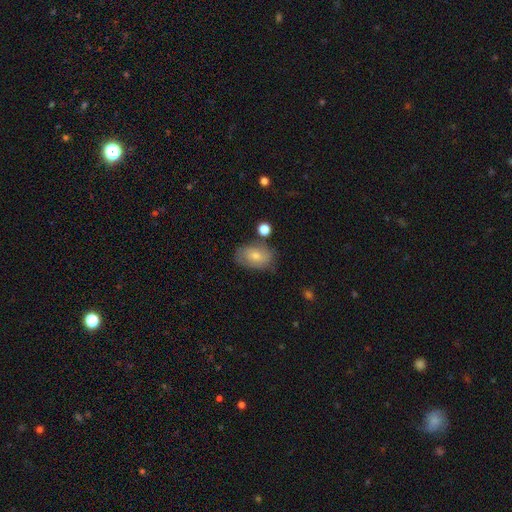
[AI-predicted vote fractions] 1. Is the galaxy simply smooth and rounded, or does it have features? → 60% smooth, 29% featured or disk, 10% star or artifact.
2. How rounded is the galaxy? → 84% in between, 14% round, 2% cigar-shaped.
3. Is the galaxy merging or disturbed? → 71% none, 19% minor disturbance, 5% major disturbance, 4% merger.